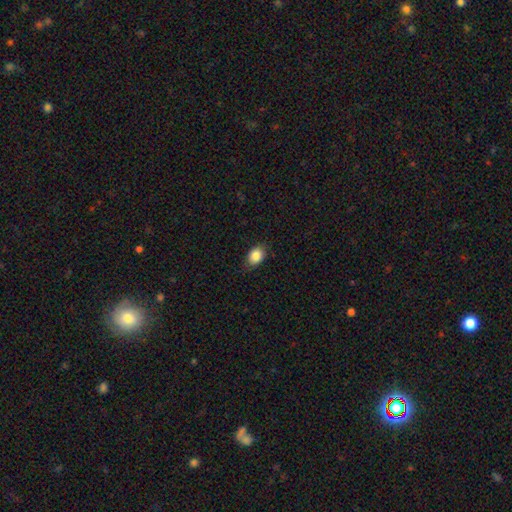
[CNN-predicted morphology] Smooth or featured: smooth — 86% (star or artifact — 8%)
How rounded: in between — 68% (round — 30%)
Merging: none — 79% (minor disturbance — 17%)